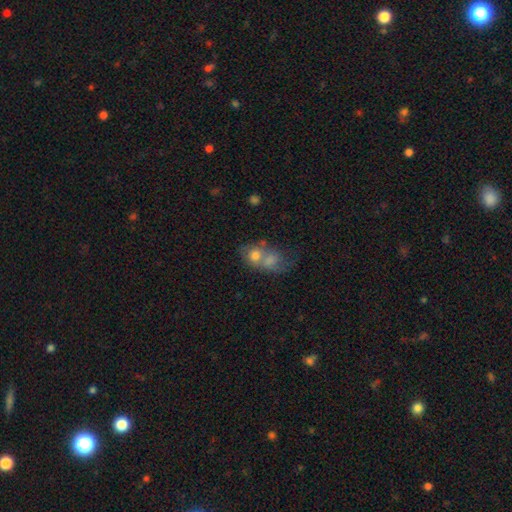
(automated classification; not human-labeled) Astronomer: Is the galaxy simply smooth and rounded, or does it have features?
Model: smooth — 66%.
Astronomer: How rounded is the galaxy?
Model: in between — 52% (runner-up: round, 45%).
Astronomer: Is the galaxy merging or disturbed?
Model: merger — 63%.